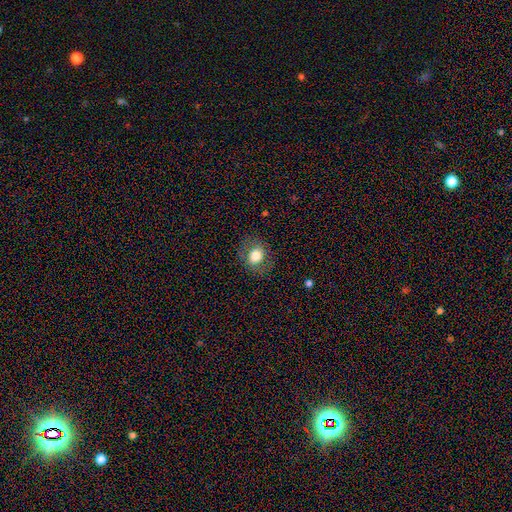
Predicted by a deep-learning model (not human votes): Q: Smooth or featured?
A: smooth (73%); runner-up: featured or disk (17%)
Q: How rounded?
A: round (54%); runner-up: in between (45%)
Q: Merging?
A: none (79%); runner-up: minor disturbance (13%)